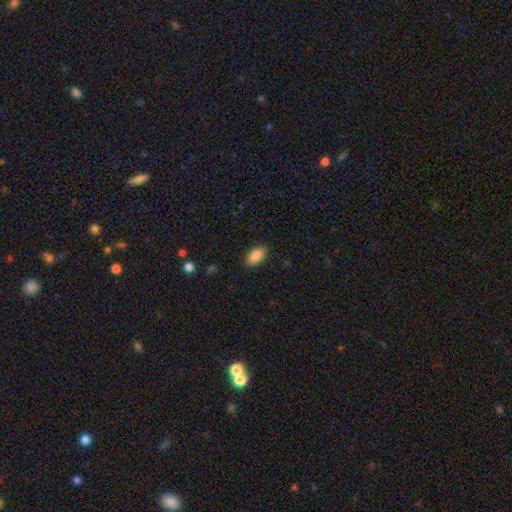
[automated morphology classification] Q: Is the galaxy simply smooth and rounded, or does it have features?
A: smooth — 89%.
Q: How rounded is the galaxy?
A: in between — 93%.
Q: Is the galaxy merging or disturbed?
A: none — 87%.